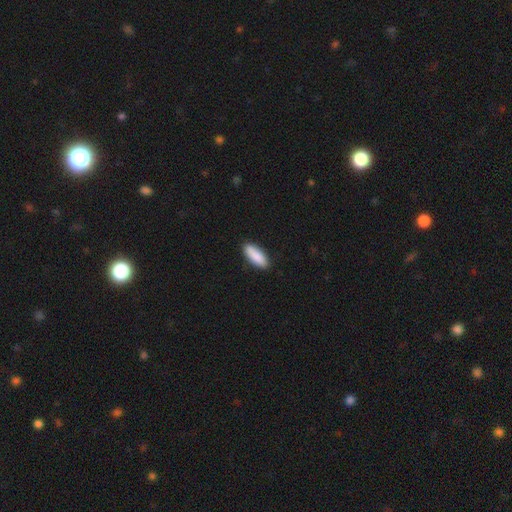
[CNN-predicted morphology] smooth_or_featured: smooth (p=0.89) [alt: featured or disk p=0.05]
how_rounded: in between (p=0.72) [alt: cigar-shaped p=0.26]
merging: none (p=0.87) [alt: minor disturbance p=0.10]